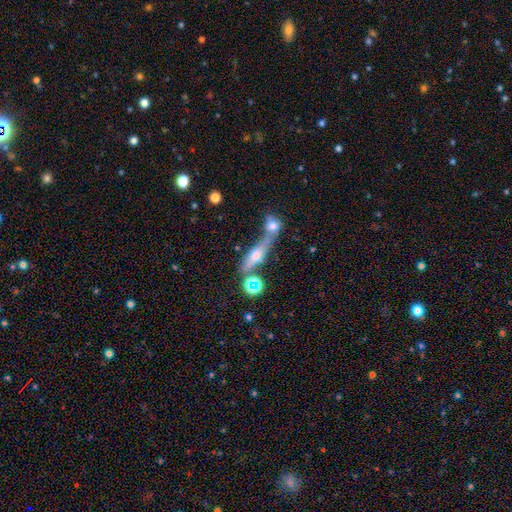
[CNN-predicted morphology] This appears to be a featured or disk galaxy (45%). Merging: merger (48%).